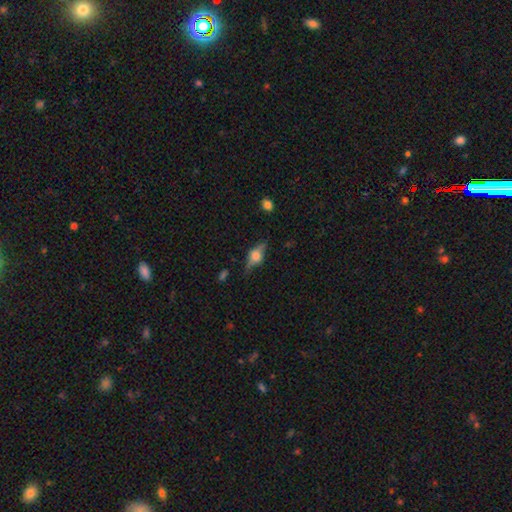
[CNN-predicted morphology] featured or disk 68%, smooth 23%, star or artifact 9%. Down the decision tree: edge-on disk — yes (94%); edge-on bulge — rounded (92%); merging — none (78%).